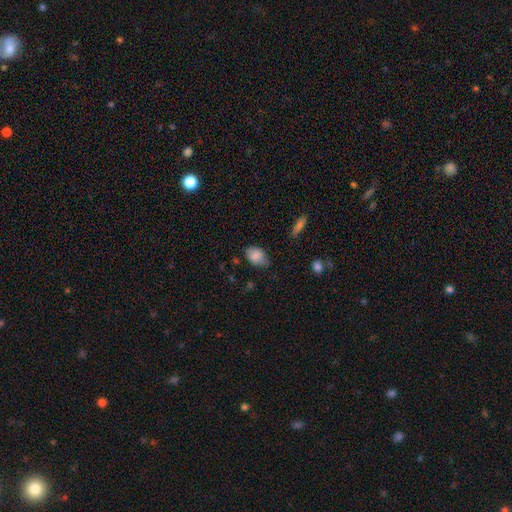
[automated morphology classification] smooth 83%, featured or disk 10%, star or artifact 8%. Down the decision tree: how rounded — in between (80%); merging — none (62%).